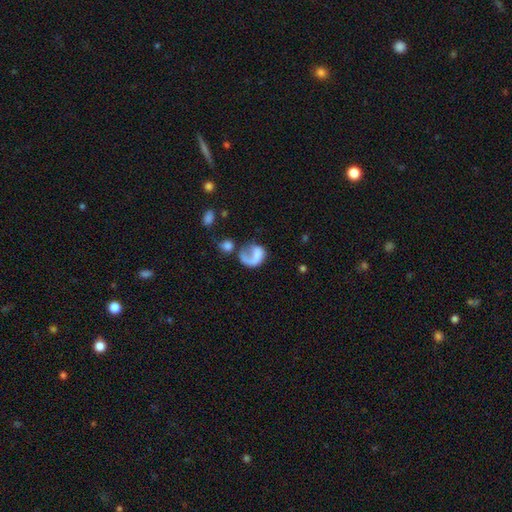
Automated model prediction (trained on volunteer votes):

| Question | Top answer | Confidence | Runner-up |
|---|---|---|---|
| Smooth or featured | featured or disk | 46% | smooth (45%) |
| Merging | major disturbance | 42% | none (29%) |